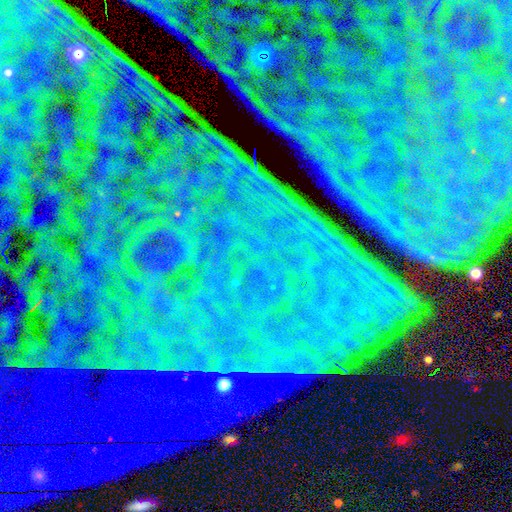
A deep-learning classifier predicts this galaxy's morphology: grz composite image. It shows a star or artifact, not a galaxy (88%).